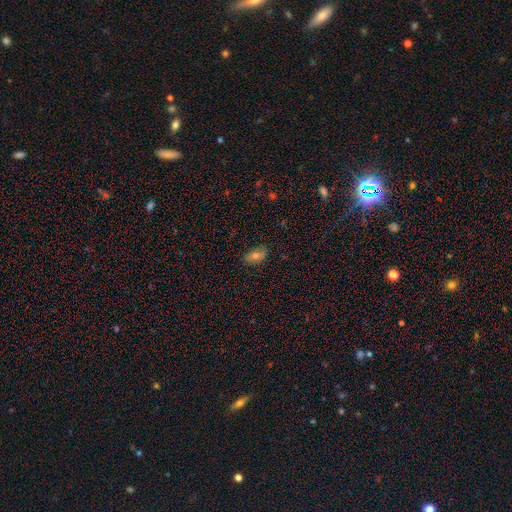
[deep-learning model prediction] This is likely a smooth galaxy (63%). How rounded: clearly in between (88%). Merging: likely none (76%).